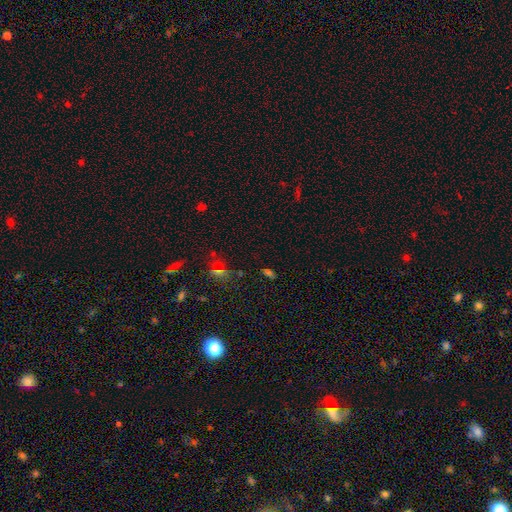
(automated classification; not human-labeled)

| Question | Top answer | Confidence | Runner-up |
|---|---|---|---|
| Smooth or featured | star or artifact | 46% | smooth (45%) |